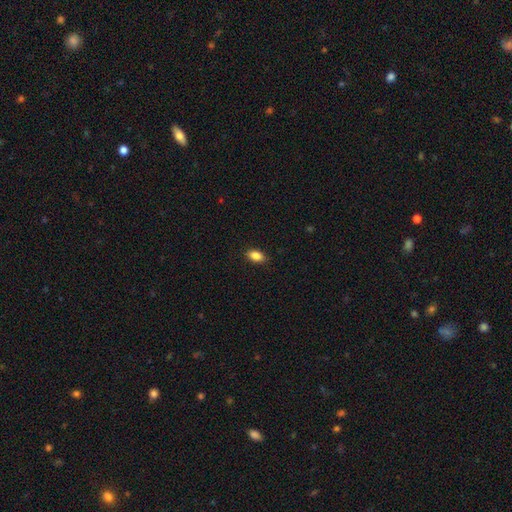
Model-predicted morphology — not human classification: Smooth or featured: smooth — 87% (star or artifact — 9%)
How rounded: in between — 87% (round — 10%)
Merging: none — 87% (minor disturbance — 10%)